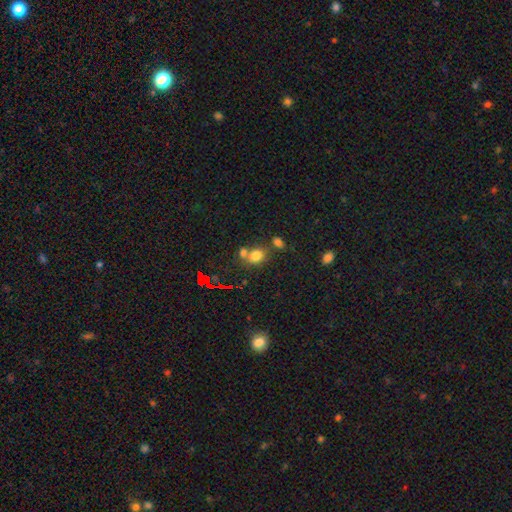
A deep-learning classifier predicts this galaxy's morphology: Q: Smooth or featured?
A: smooth (74%); runner-up: star or artifact (16%)
Q: How rounded?
A: in between (50%); runner-up: round (49%)
Q: Merging?
A: none (52%); runner-up: merger (32%)